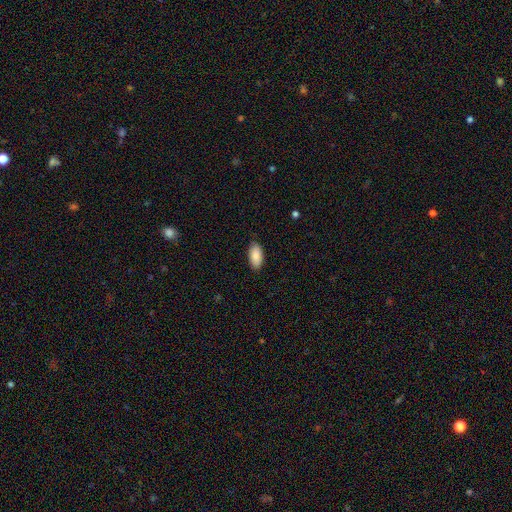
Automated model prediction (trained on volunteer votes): The model was most divided on "merging": none: 85%, minor disturbance: 12%, major disturbance: 2%, merger: 1%. More confident: how rounded — in between (94%); smooth or featured — smooth (88%).